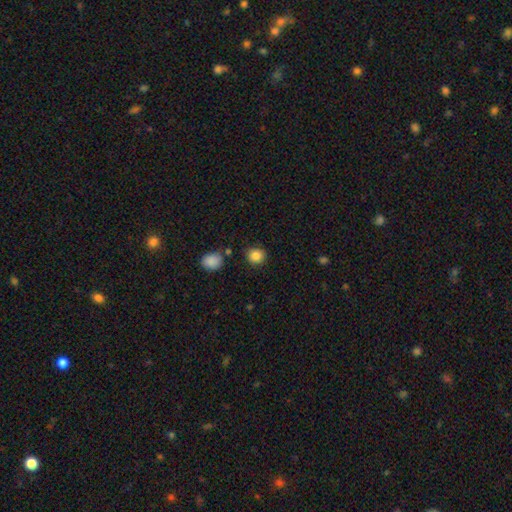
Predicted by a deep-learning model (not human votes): Smooth or featured?
  - smooth: 86% *
  - star or artifact: 10%
  - featured or disk: 4%
How rounded?
  - round: 85% *
  - in between: 14%
  - cigar-shaped: 1%
Merging?
  - none: 84% *
  - minor disturbance: 9%
  - merger: 4%
  - major disturbance: 3%